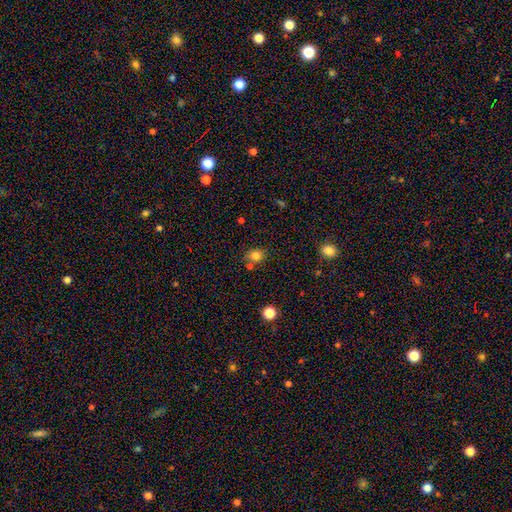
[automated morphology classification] smooth_or_featured: smooth (p=0.80) [alt: star or artifact p=0.13]
how_rounded: round (p=0.65) [alt: in between p=0.34]
merging: none (p=0.68) [alt: minor disturbance p=0.14]